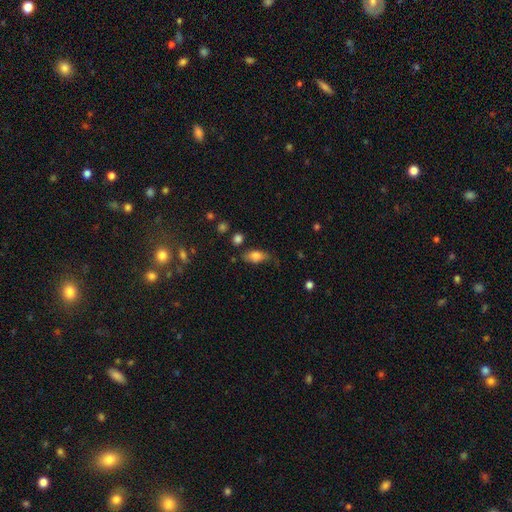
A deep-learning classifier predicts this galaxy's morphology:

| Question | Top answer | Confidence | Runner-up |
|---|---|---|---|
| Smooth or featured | smooth | 78% | featured or disk (14%) |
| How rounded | in between | 85% | cigar-shaped (10%) |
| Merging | none | 62% | minor disturbance (27%) |